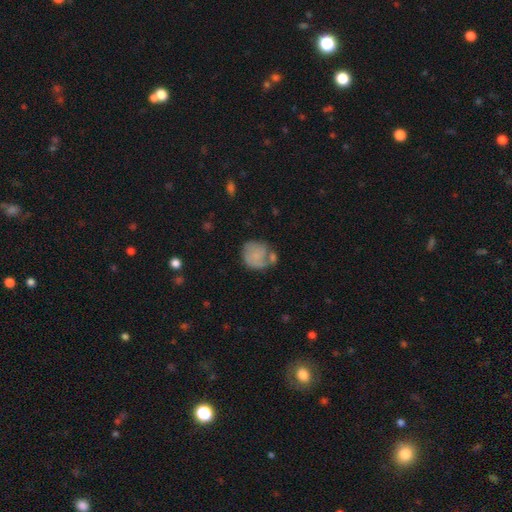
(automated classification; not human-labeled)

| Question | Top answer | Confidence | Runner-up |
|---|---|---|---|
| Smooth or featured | smooth | 66% | featured or disk (26%) |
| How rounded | round | 80% | in between (19%) |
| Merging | none | 41% | minor disturbance (23%) |